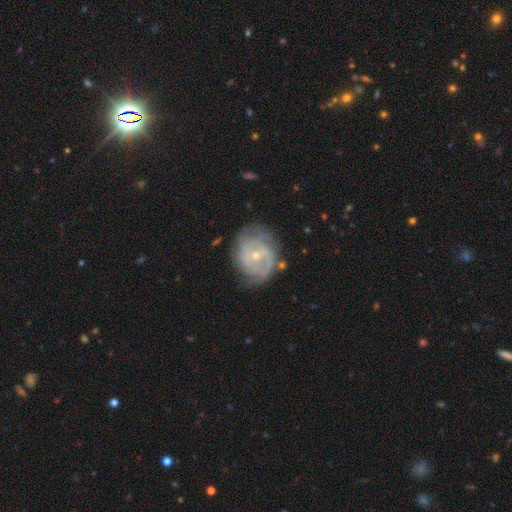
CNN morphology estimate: This is likely a featured or disk galaxy (77%). It is clearly not viewed edge-on (97%). Bar: likely no (60%). Spiral arm pattern: clearly yes (83%). Spiral arm count: marginally 2 (41%). Spiral winding: possibly tight (53%). Central bulge: likely small (65%). Merging: likely none (61%).